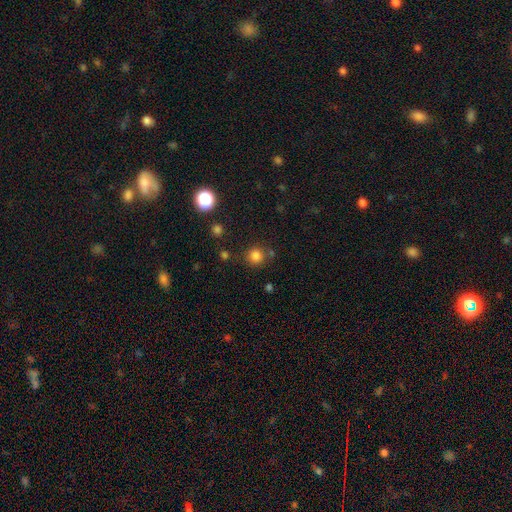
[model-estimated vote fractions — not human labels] smooth 82%, star or artifact 14%, featured or disk 4%. Down the decision tree: how rounded — round (92%); merging — none (80%).